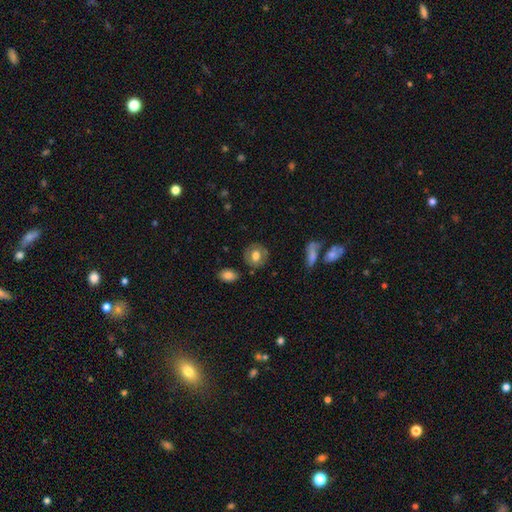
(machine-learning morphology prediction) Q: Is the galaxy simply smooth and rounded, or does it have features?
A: smooth — 65%.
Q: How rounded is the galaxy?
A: round — 78%.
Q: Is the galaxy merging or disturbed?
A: none — 81%.